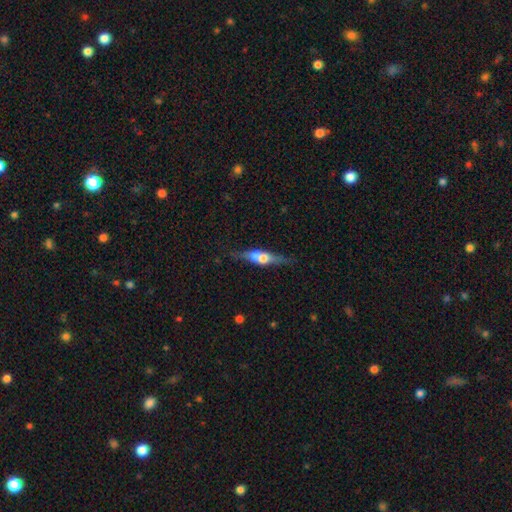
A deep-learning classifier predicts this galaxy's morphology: Overall: featured or disk (59%; smooth 34%). Edge-on disk: yes (85%). Edge-on bulge: rounded (91%). Merging: none (57%; merger 22%).